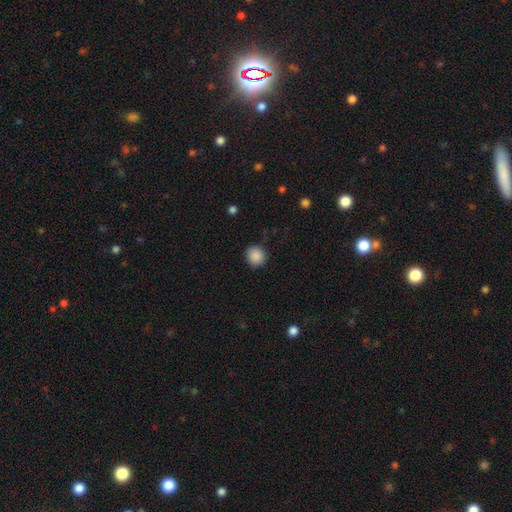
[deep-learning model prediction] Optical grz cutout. It shows a smooth galaxy with no disk features (88%) that is round (92%). Merging: none (88%).